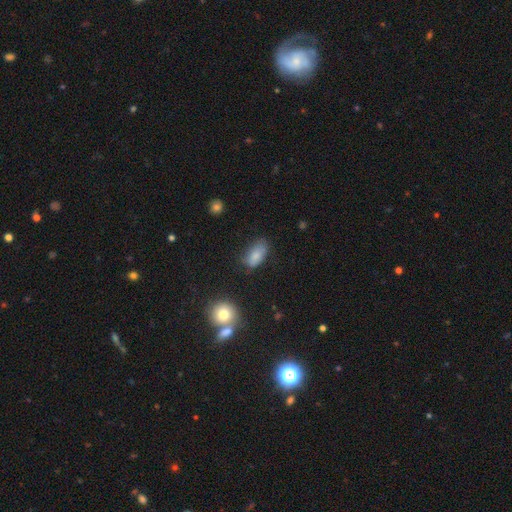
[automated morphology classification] A smooth galaxy with no disk features (82%) that is in between round and cigar-shaped (92%). Merging: none (60%).